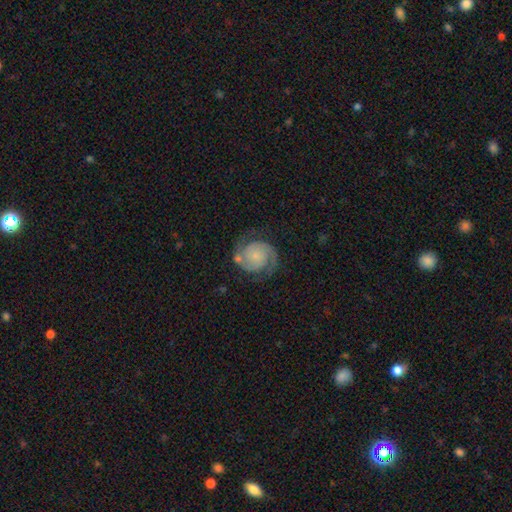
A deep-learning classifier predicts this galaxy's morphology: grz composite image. It shows a featured or disk galaxy (87%) with no bar (73%), 2 (93%) tight (46%) spiral arms (98%) and a small central bulge (59%). Merging: none (77%).